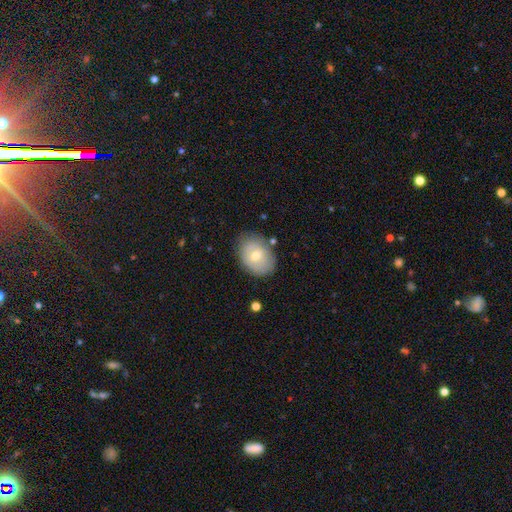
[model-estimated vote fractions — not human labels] This appears to be a smooth galaxy with no disk features (65%) that is in between round and cigar-shaped (72%). Merging: none (77%).